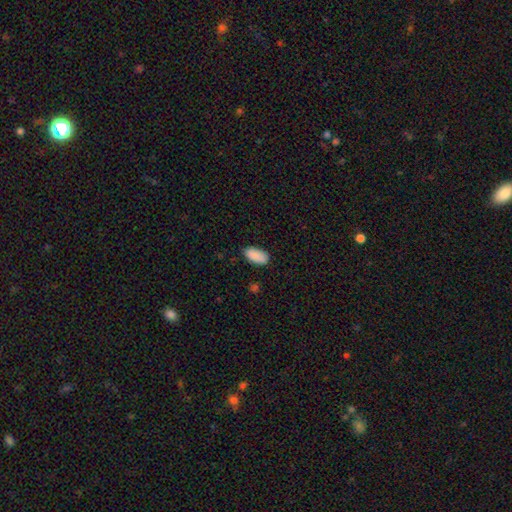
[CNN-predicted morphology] Smooth or featured? Predicted: smooth (p=0.90). How rounded? Predicted: in between (p=0.94). Merging? Predicted: none (p=0.83).